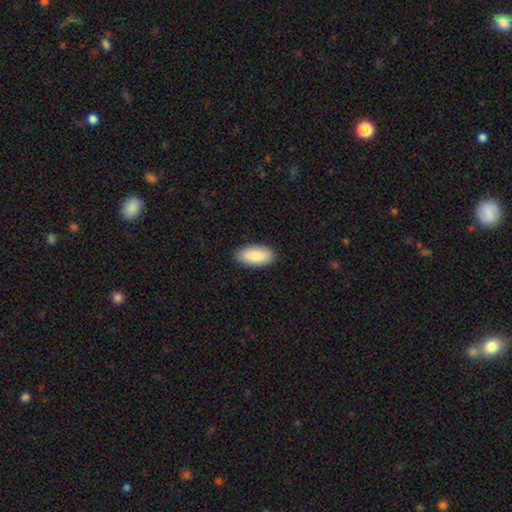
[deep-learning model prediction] Q: Smooth or featured?
A: smooth (87%); runner-up: featured or disk (8%)
Q: How rounded?
A: in between (92%); runner-up: cigar-shaped (6%)
Q: Merging?
A: none (89%); runner-up: minor disturbance (8%)